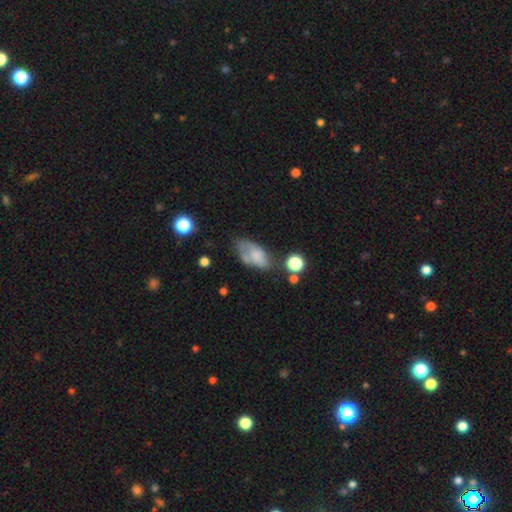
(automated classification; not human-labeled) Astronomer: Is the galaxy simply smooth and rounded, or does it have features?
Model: smooth — 60%.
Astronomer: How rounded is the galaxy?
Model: in between — 91%.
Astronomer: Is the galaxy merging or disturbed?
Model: none — 41% (runner-up: minor disturbance, 30%).